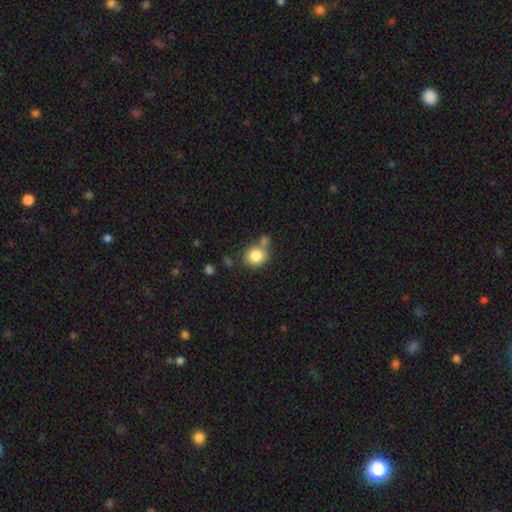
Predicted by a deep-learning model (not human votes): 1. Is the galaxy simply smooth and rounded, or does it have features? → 83% smooth, 9% star or artifact, 8% featured or disk.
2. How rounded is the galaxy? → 76% round, 23% in between, 1% cigar-shaped.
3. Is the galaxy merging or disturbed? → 59% none, 24% merger, 13% minor disturbance, 4% major disturbance.